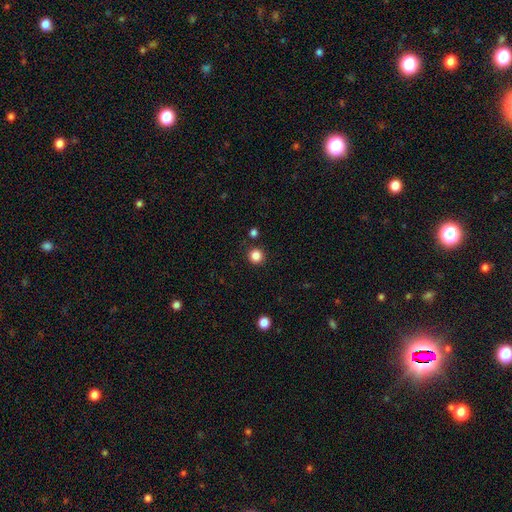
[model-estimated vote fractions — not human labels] Overall: smooth (85%). How rounded: round (95%). Merging: none (90%).